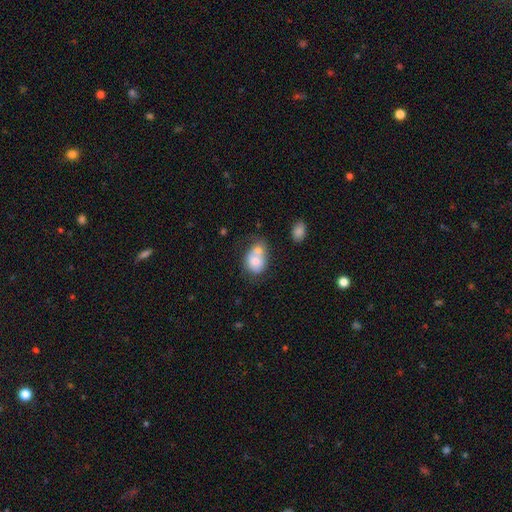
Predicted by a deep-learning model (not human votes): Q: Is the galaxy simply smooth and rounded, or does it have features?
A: smooth — 70%.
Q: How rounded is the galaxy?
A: in between — 56%.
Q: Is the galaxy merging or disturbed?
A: merger — 60%.